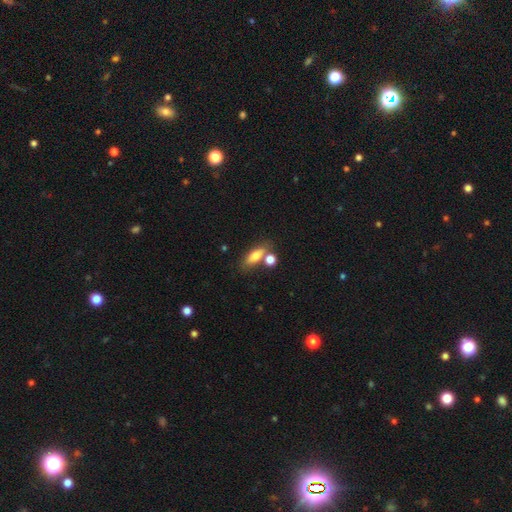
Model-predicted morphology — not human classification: Q: Smooth or featured?
A: smooth (72%); runner-up: featured or disk (19%)
Q: How rounded?
A: in between (65%); runner-up: cigar-shaped (27%)
Q: Merging?
A: none (59%); runner-up: merger (22%)